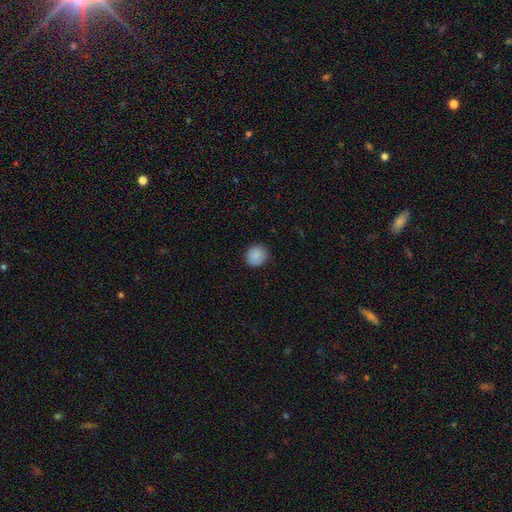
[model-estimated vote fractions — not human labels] A smooth galaxy with no disk features (88%) that is round (89%).

Vote fractions:
- Smooth or featured? smooth: 88% / star or artifact: 8% / featured or disk: 4%
- How rounded? round: 89% / in between: 10% / cigar-shaped: 1%
- Merging? none: 90% / minor disturbance: 8% / major disturbance: 2% / merger: 1%